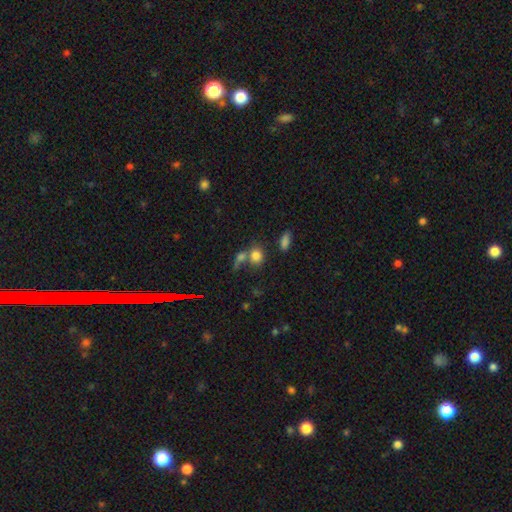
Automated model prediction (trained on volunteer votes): Q: Smooth or featured?
A: smooth (78%); runner-up: star or artifact (13%)
Q: How rounded?
A: round (58%); runner-up: in between (40%)
Q: Merging?
A: none (45%); runner-up: merger (39%)